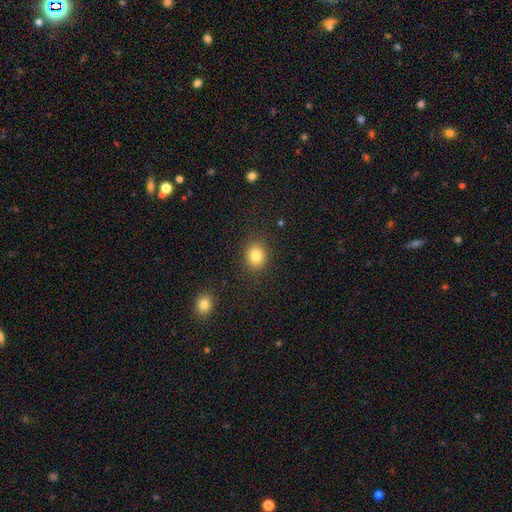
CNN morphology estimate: The model was most divided on "how rounded": round: 61%, in between: 39%, cigar-shaped: 1%. More confident: merging — none (87%); smooth or featured — smooth (83%).